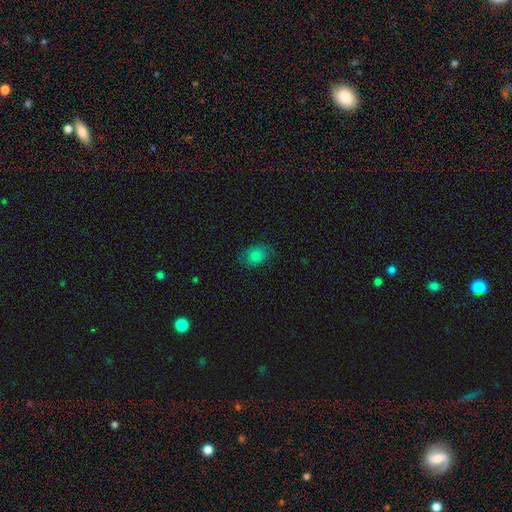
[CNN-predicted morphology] Q: Smooth or featured?
A: smooth (81%); runner-up: star or artifact (12%)
Q: How rounded?
A: in between (64%); runner-up: round (35%)
Q: Merging?
A: none (74%); runner-up: minor disturbance (20%)